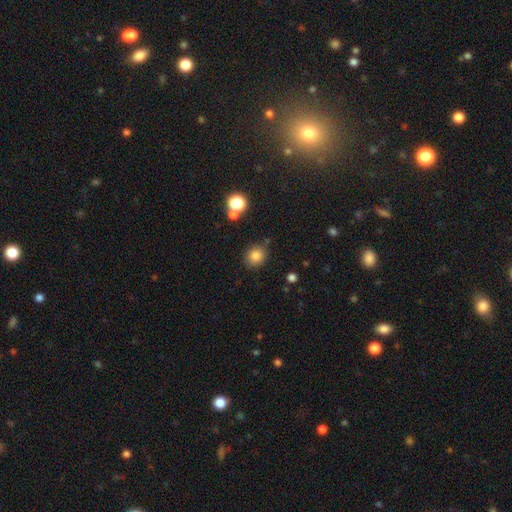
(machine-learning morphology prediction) smooth_or_featured: smooth (p=0.82) [alt: star or artifact p=0.12]
how_rounded: round (p=0.78) [alt: in between p=0.22]
merging: none (p=0.81) [alt: minor disturbance p=0.11]